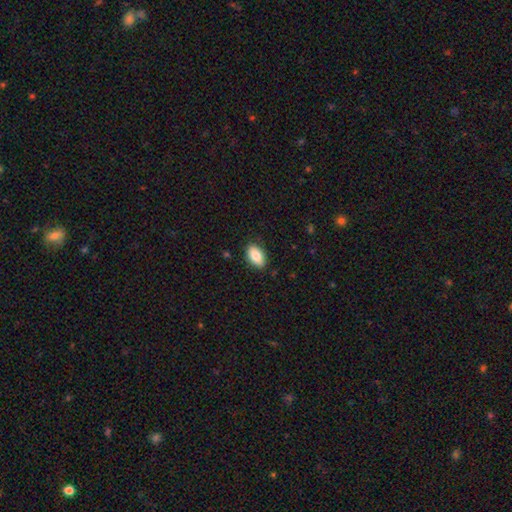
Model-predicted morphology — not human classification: smooth-or-featured: smooth: 84% | featured or disk: 9% | star or artifact: 7%
  how-rounded: in between: 92% | cigar-shaped: 4% | round: 4%
  merging: none: 87% | minor disturbance: 10% | major disturbance: 2% | merger: 1%